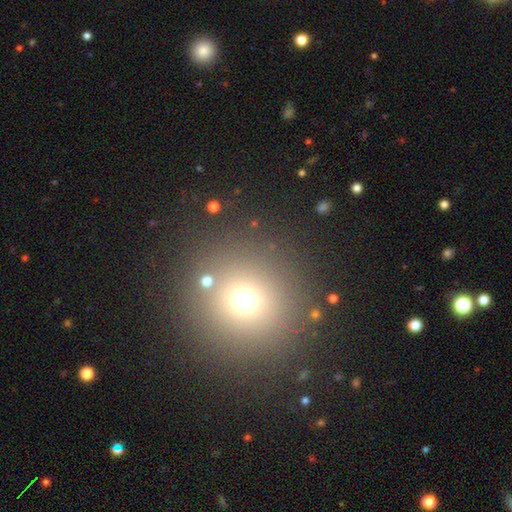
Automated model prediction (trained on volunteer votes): Overall: smooth (63%; star or artifact 29%). How rounded: round (93%). Merging: none (86%).